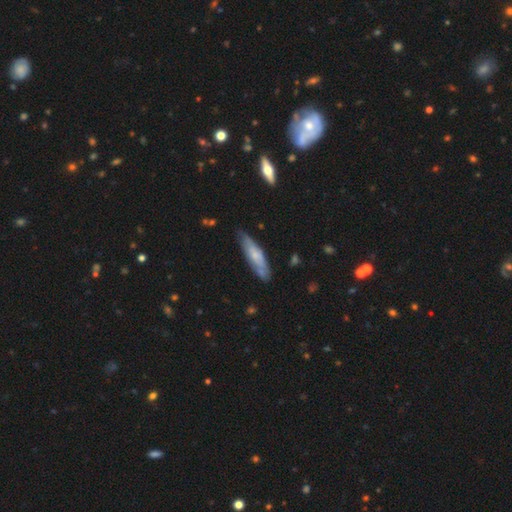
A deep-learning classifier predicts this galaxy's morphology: A smooth galaxy with no disk features (54%) that is cigar-shaped (68%).

Vote fractions:
- Smooth or featured? smooth: 54% / featured or disk: 40% / star or artifact: 6%
- How rounded? cigar-shaped: 68% / in between: 30% / round: 2%
- Merging? none: 69% / minor disturbance: 23% / major disturbance: 4% / merger: 3%